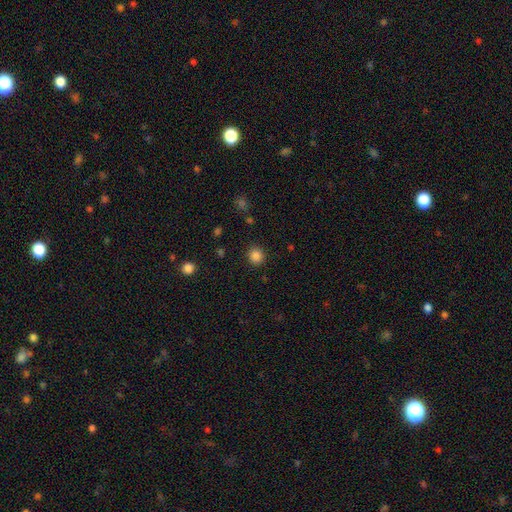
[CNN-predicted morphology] This appears to be a smooth galaxy with no disk features (85%) that is round (87%). Merging: none (90%).